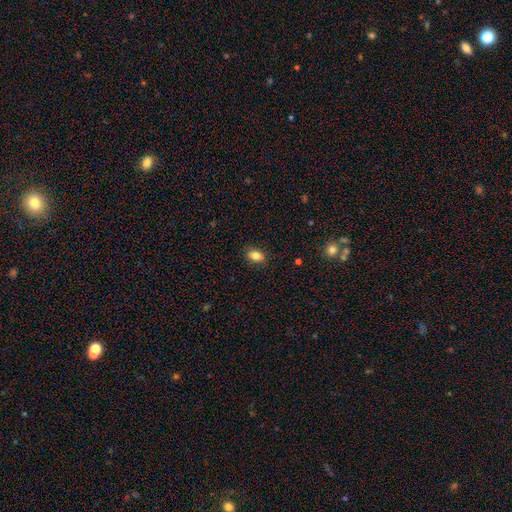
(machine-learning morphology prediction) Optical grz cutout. It shows a smooth galaxy with no disk features (83%) that is in between round and cigar-shaped (79%). Merging: none (87%).